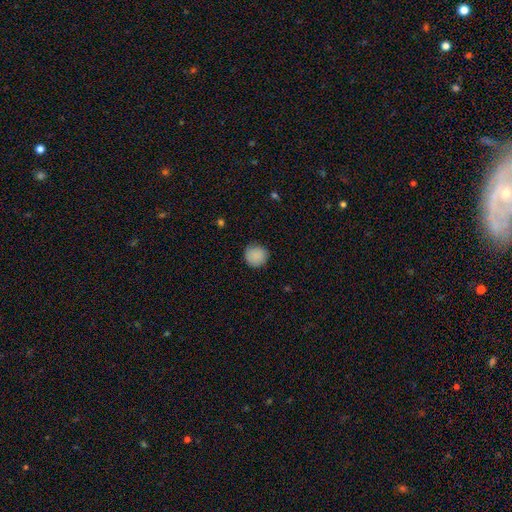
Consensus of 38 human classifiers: Overall: smooth (87%). How rounded: round (88%). Merging: none (80%).